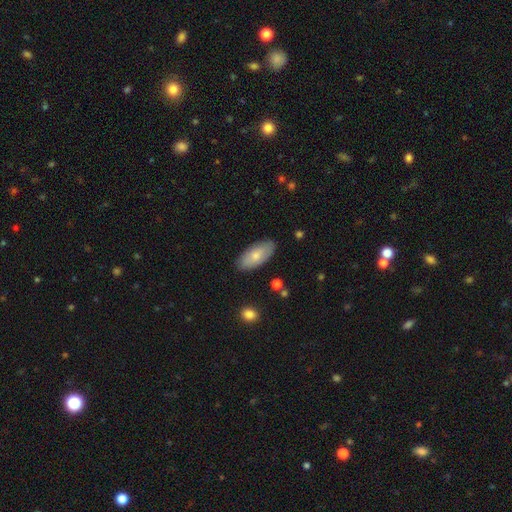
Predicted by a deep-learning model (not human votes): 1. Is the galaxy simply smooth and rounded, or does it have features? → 75% smooth, 20% featured or disk, 6% star or artifact.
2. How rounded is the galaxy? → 90% in between, 7% cigar-shaped, 2% round.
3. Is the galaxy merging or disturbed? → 85% none, 12% minor disturbance, 2% major disturbance, 1% merger.